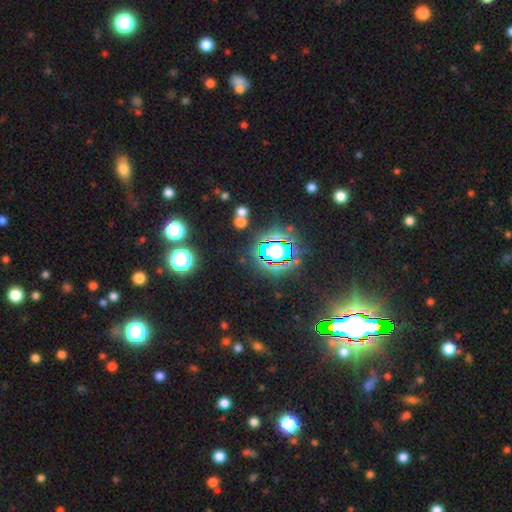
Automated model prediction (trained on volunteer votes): Smooth or featured? Predicted: star or artifact (p=0.80).